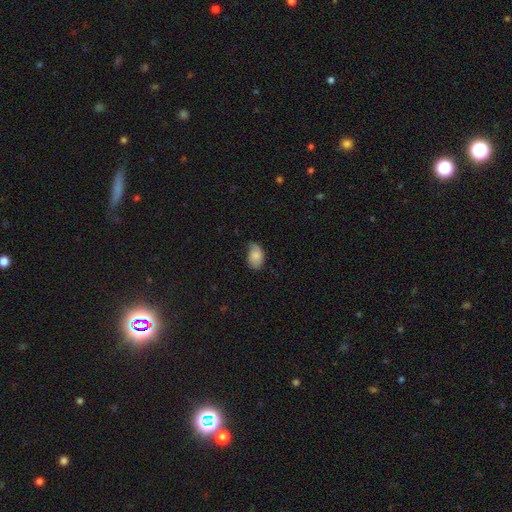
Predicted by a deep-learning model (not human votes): smooth_or_featured: smooth (p=0.78) [alt: featured or disk p=0.14]
how_rounded: in between (p=0.86) [alt: round p=0.13]
merging: none (p=0.57) [alt: minor disturbance p=0.34]